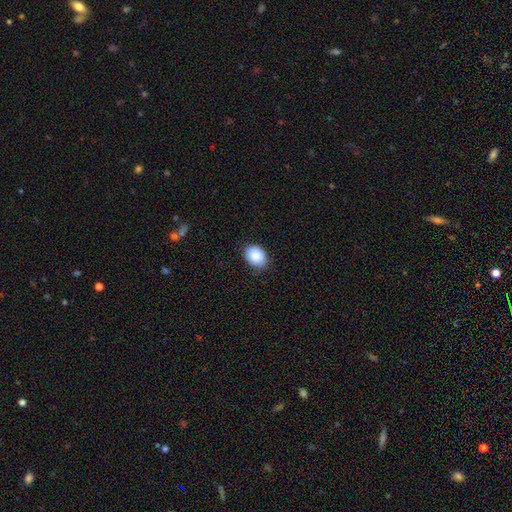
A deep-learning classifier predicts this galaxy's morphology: This appears to be a smooth galaxy with no disk features (87%) that is in between round and cigar-shaped (70%). Merging: none (82%).